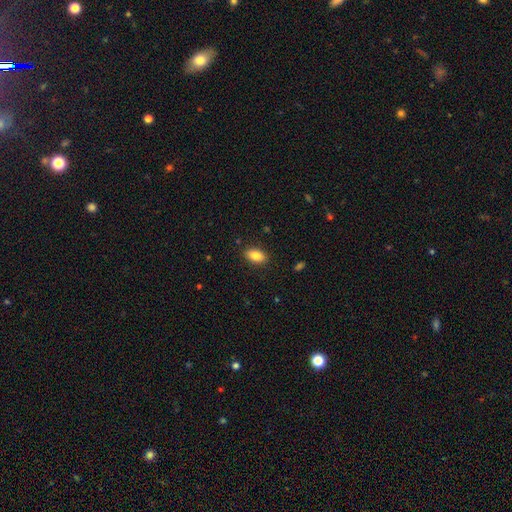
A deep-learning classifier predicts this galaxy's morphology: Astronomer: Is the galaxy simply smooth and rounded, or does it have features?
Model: smooth — 85%.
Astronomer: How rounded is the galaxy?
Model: in between — 91%.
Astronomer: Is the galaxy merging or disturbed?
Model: none — 88%.